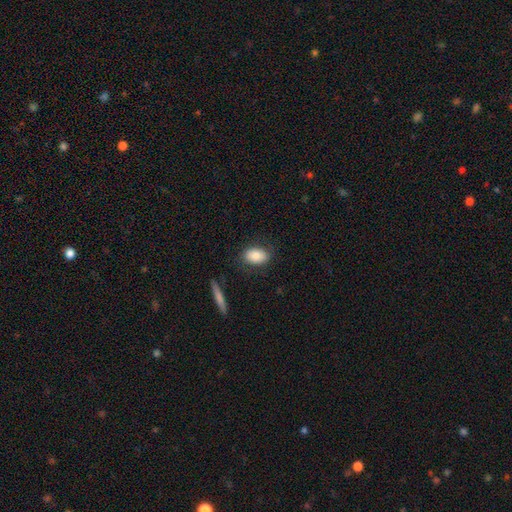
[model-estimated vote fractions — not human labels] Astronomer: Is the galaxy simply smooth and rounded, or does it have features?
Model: smooth — 82%.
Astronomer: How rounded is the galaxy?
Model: in between — 87%.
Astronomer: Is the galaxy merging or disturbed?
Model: none — 81%.